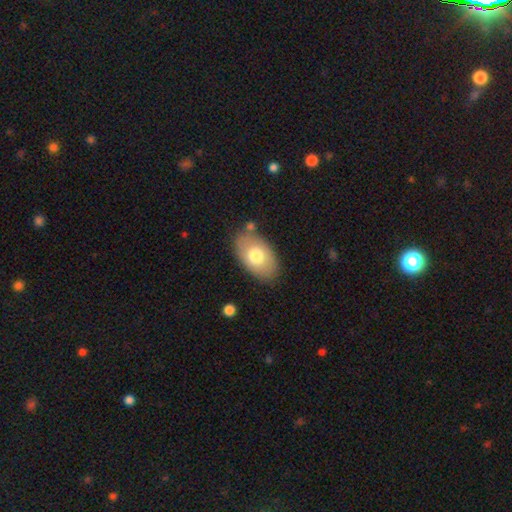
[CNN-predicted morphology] Smooth or featured: smooth — 69% (featured or disk — 25%)
How rounded: in between — 92% (round — 6%)
Merging: none — 77% (minor disturbance — 14%)